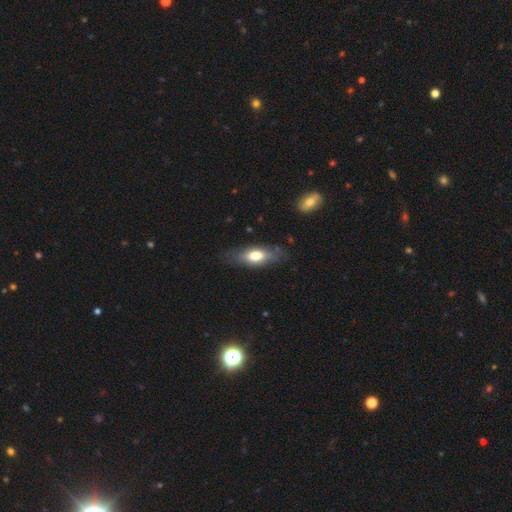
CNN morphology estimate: smooth 67%, featured or disk 27%, star or artifact 6%. Down the decision tree: how rounded — in between (75%); merging — none (76%).